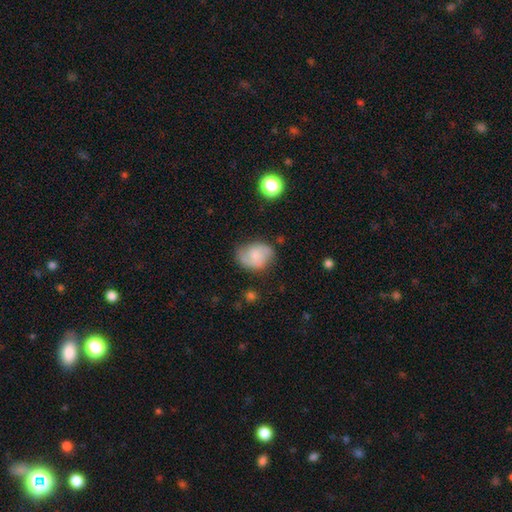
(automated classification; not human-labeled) This is possibly a featured or disk galaxy (48%). Merging: likely none (69%).